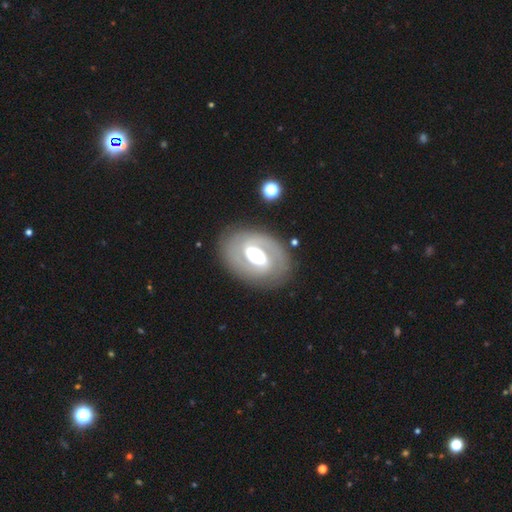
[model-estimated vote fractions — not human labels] Smooth or featured? Predicted: featured or disk (p=0.76). Edge-on disk? Predicted: no (p=0.96). Bar? Predicted: weak (p=0.37). Spiral arms? Predicted: yes (p=0.68). Bulge size? Predicted: moderate (p=0.44). Merging? Predicted: none (p=0.80).